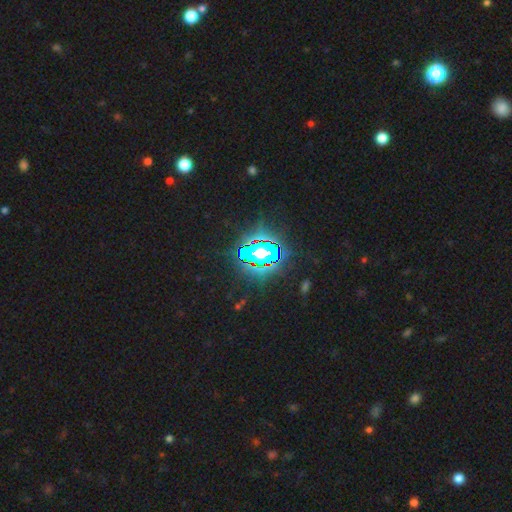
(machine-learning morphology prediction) type=star or artifact (77%).